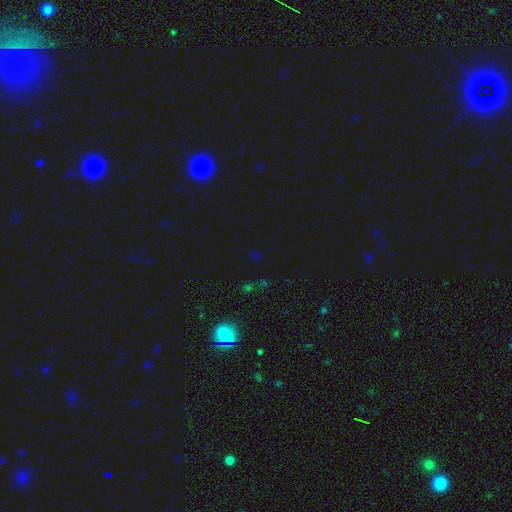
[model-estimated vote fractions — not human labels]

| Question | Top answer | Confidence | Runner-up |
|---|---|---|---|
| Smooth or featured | star or artifact | 70% | smooth (22%) |